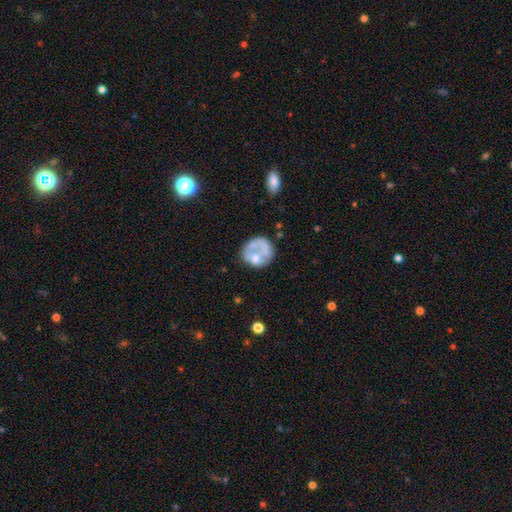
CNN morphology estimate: featured or disk 47%, smooth 45%, star or artifact 8%. Down the decision tree: merging — none (44%).